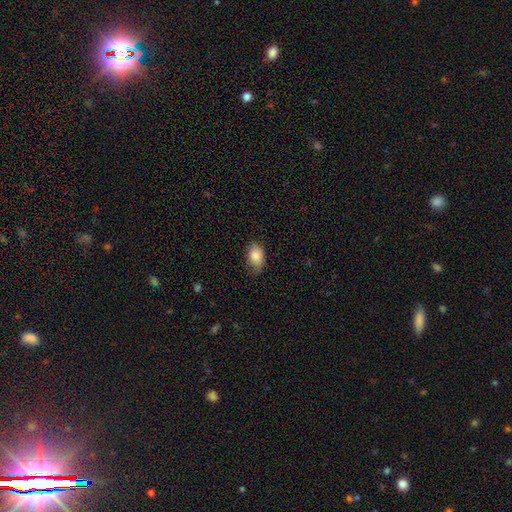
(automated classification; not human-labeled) A smooth galaxy with no disk features (87%) that is in between round and cigar-shaped (85%). Merging: none (70%).